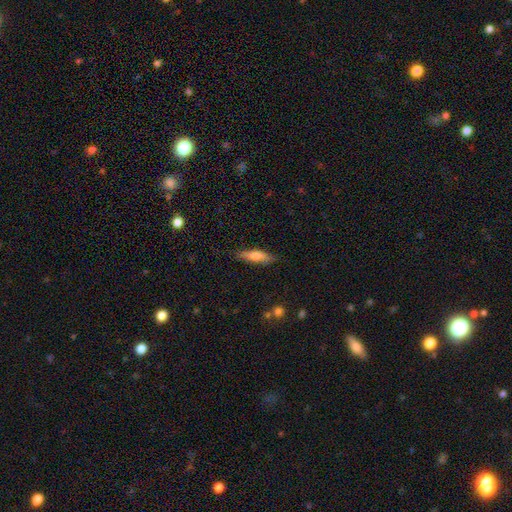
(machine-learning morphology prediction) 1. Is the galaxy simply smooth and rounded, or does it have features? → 70% smooth, 24% featured or disk, 6% star or artifact.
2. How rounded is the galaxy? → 67% cigar-shaped, 32% in between, 2% round.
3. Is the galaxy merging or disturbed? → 80% none, 16% minor disturbance, 3% major disturbance, 1% merger.